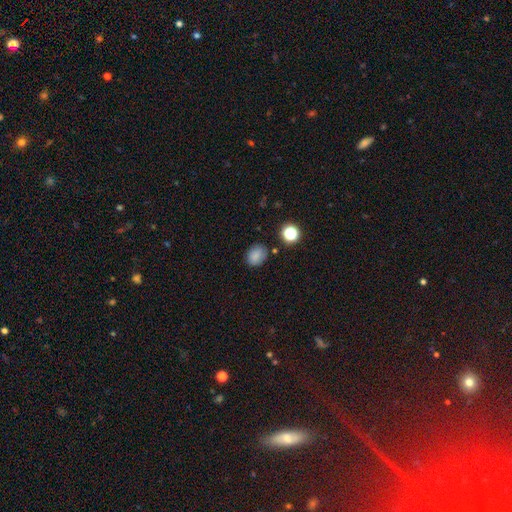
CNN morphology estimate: type=smooth (82%); roundness=in between (52%); merging=none (81%).